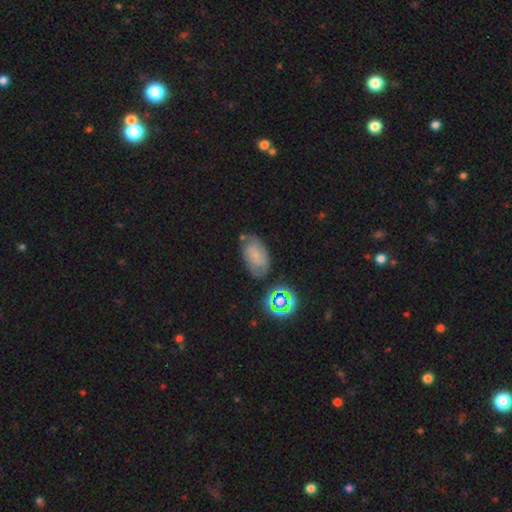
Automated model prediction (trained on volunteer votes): This appears to be a smooth galaxy with no disk features (50%) that is in between round and cigar-shaped (89%). Merging: none (65%).